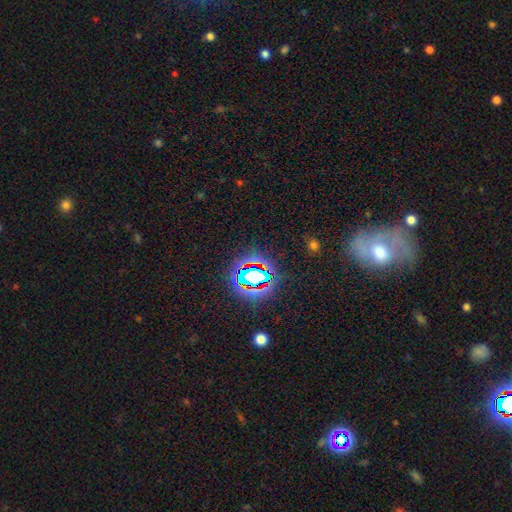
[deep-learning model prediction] A star or artifact, not a galaxy (61%).

Vote fractions:
- Smooth or featured? star or artifact: 61% / featured or disk: 20% / smooth: 19%